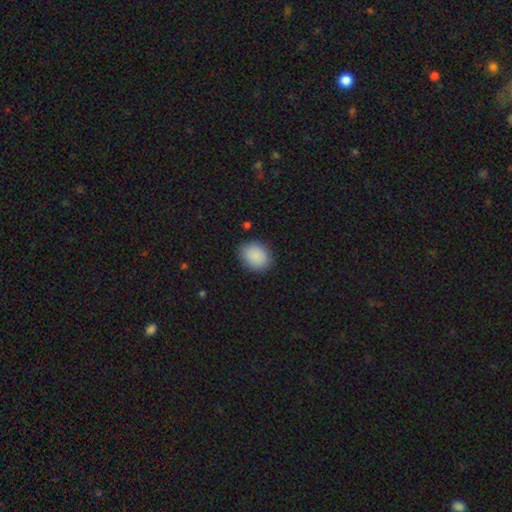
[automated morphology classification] Overall: smooth (89%). How rounded: in between (56%; round 43%). Merging: none (86%).